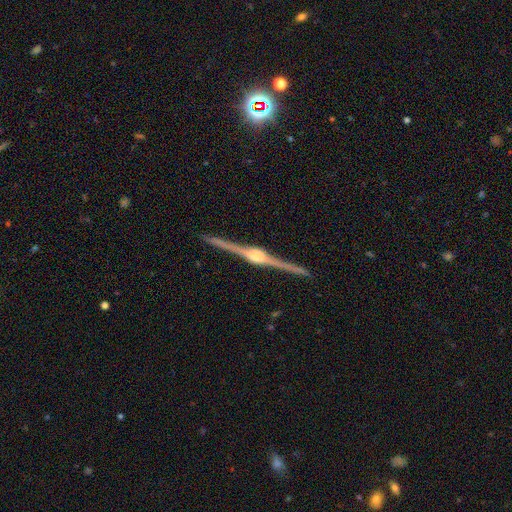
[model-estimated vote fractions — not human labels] smooth_or_featured: featured or disk (p=0.91) [alt: star or artifact p=0.05]
disk_edge_on: yes (p=0.99) [alt: no p=0.01]
edge_on_bulge: rounded (p=0.88) [alt: boxy p=0.10]
merging: none (p=0.92) [alt: minor disturbance p=0.06]